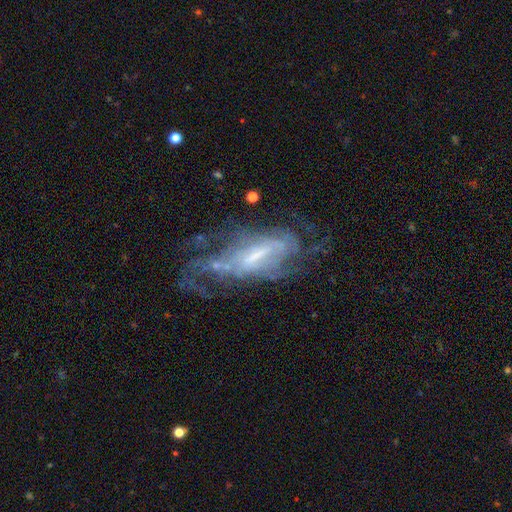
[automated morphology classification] Smooth or featured: featured or disk — 78% (smooth — 13%)
Edge-on disk: no — 86% (yes — 14%)
Bar: weak — 41% (strong — 36%)
Spiral arms: yes — 78% (no — 22%)
Spiral winding: tight — 42% (medium — 39%)
Spiral arm count: can't tell — 54% (2 — 17%)
Bulge size: small — 41% (moderate — 33%)
Merging: none — 47% (major disturbance — 27%)